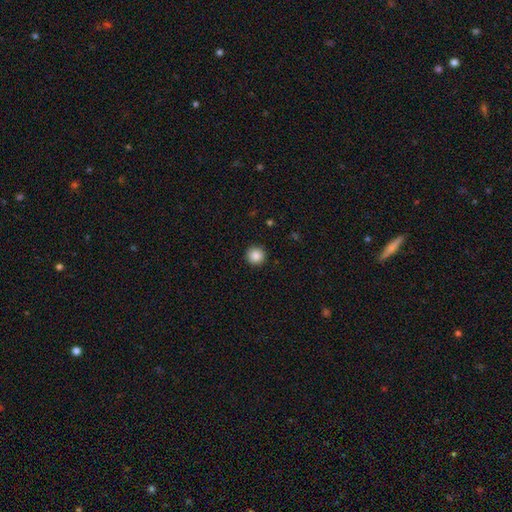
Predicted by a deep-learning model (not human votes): A smooth galaxy with no disk features (88%) that is round (96%).

Vote fractions:
- Smooth or featured? smooth: 88% / star or artifact: 9% / featured or disk: 3%
- How rounded? round: 96% / in between: 3% / cigar-shaped: 1%
- Merging? none: 93% / minor disturbance: 5% / major disturbance: 2% / merger: 1%